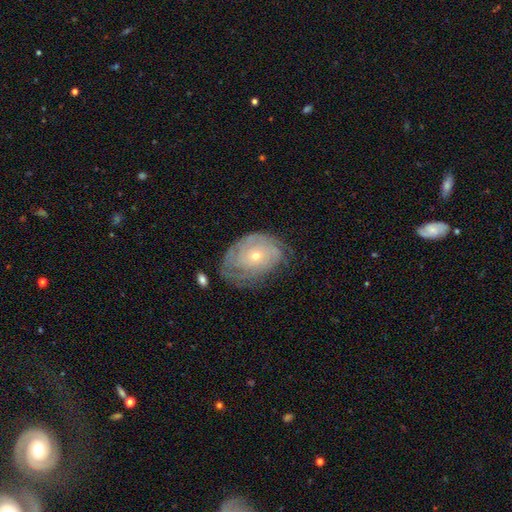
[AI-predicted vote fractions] smooth-or-featured: featured or disk: 74% | smooth: 19% | star or artifact: 7%
  disk-edge-on: no: 95% | yes: 5%
    bar: no: 84% | weak: 13% | strong: 3%
    has-spiral-arms: yes: 84% | no: 16%
      spiral-winding: tight: 75% | medium: 18% | loose: 7%
      spiral-arm-count: can't tell: 54% | 2: 15% | 3: 12% | 4: 8% | 1: 6% | more than 4: 5%
    bulge-size: small: 62% | moderate: 35% | large: 1% | none: 1% | dominant: 1%
  merging: none: 61% | minor disturbance: 25% | major disturbance: 11% | merger: 2%